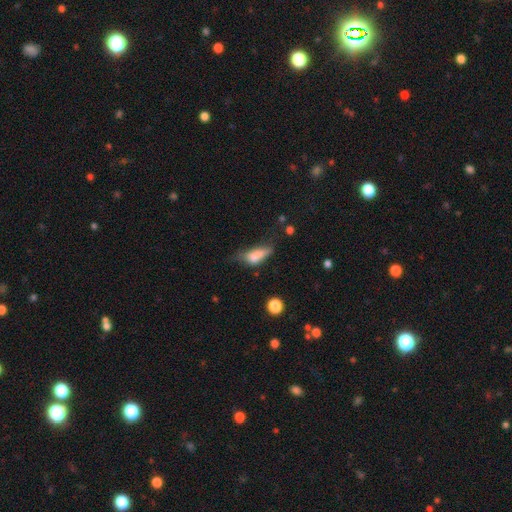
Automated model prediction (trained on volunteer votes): smooth-or-featured: smooth: 68% | featured or disk: 22% | star or artifact: 10%
  how-rounded: in between: 71% | cigar-shaped: 25% | round: 4%
  merging: minor disturbance: 35% | major disturbance: 32% | none: 26% | merger: 7%